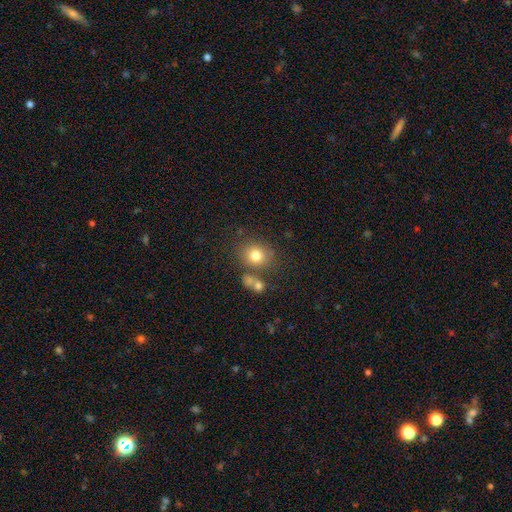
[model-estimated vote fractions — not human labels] smooth-or-featured: smooth: 78% | star or artifact: 12% | featured or disk: 10%
  how-rounded: round: 71% | in between: 28% | cigar-shaped: 1%
  merging: none: 67% | merger: 16% | minor disturbance: 12% | major disturbance: 5%